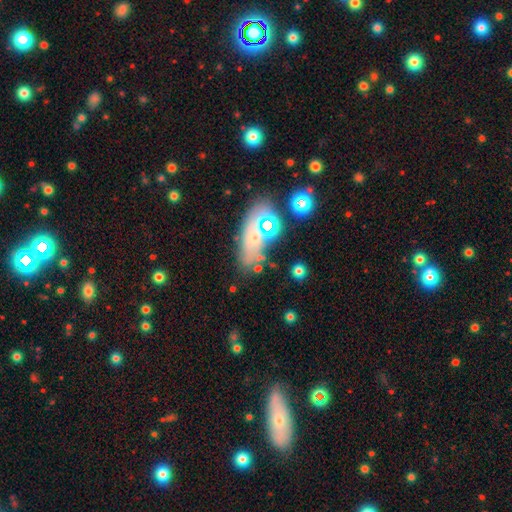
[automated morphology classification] Smooth or featured? featured or disk (42%)
Merging? none (54%)